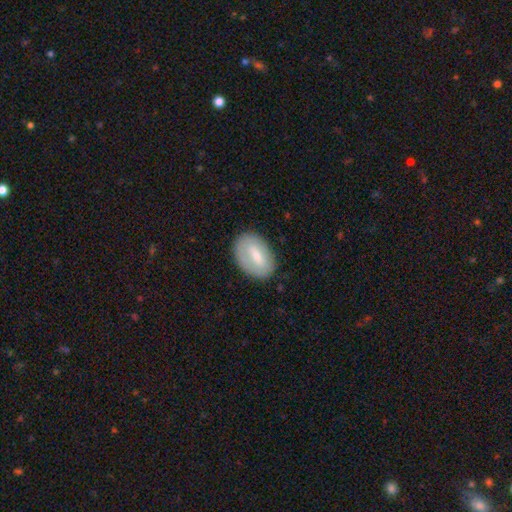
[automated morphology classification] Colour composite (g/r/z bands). It shows a smooth galaxy with no disk features (61%) that is in between round and cigar-shaped (89%). Merging: none (80%).